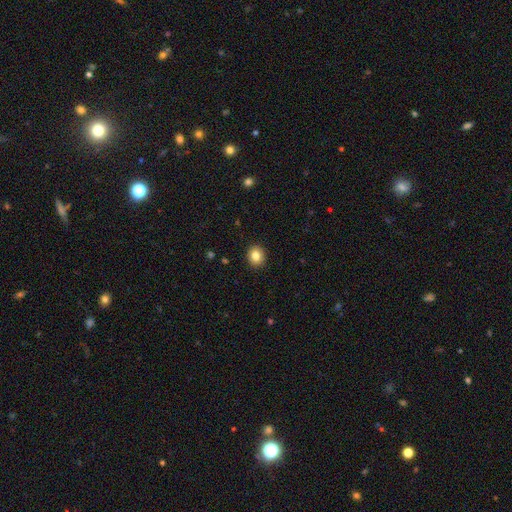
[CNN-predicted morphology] Smooth or featured? smooth (83%)
How rounded? round (74%)
Merging? none (91%)